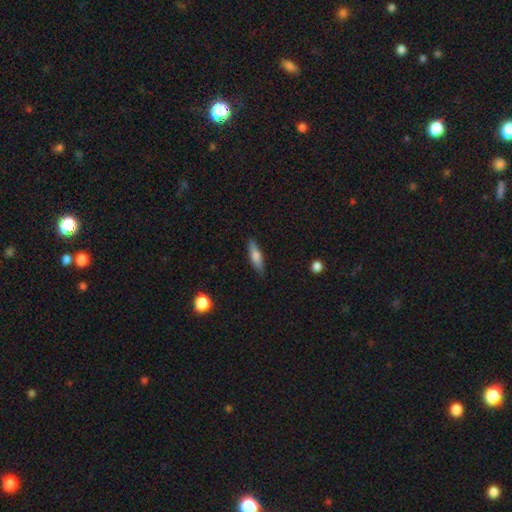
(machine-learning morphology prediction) Smooth or featured? Predicted: smooth (p=0.73). How rounded? Predicted: cigar-shaped (p=0.63). Merging? Predicted: none (p=0.86).